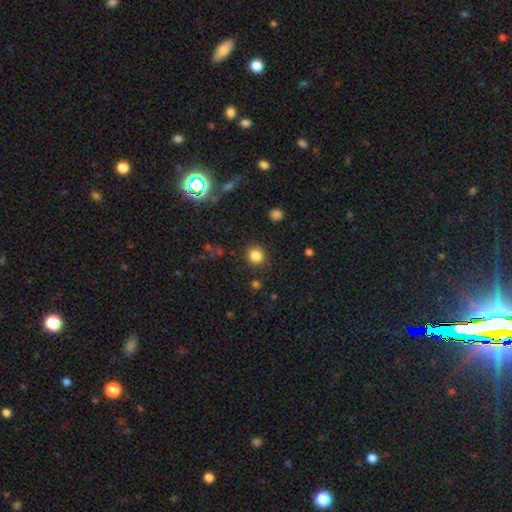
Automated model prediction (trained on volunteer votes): A smooth galaxy with no disk features (83%) that is round (88%).

Vote fractions:
- Smooth or featured? smooth: 83% / star or artifact: 12% / featured or disk: 5%
- How rounded? round: 88% / in between: 11% / cigar-shaped: 1%
- Merging? none: 88% / minor disturbance: 7% / major disturbance: 3% / merger: 2%